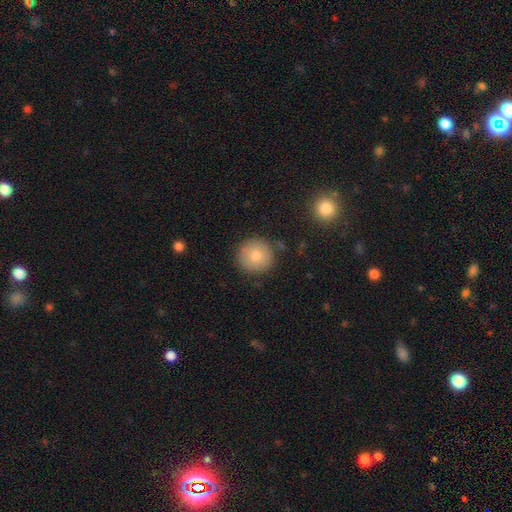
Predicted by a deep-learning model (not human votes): A smooth galaxy with no disk features (80%) that is round (95%). Merging: none (86%).